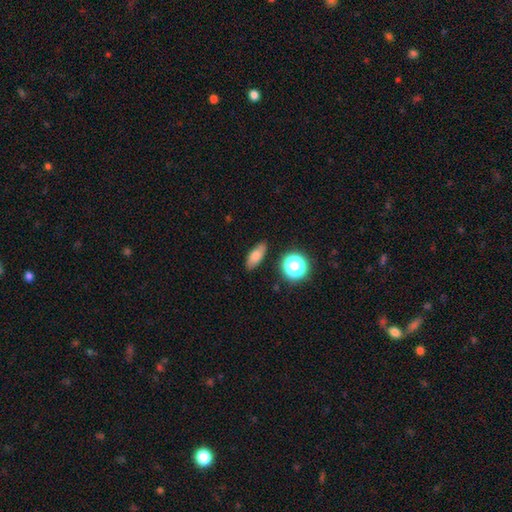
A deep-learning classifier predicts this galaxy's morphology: Overall: smooth (74%). How rounded: in between (70%). Merging: none (84%).